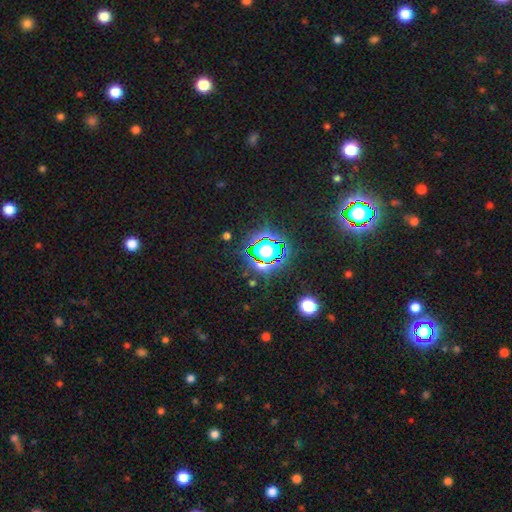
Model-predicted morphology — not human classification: The model was most divided on "smooth or featured": star or artifact: 78%, smooth: 14%, featured or disk: 8%.